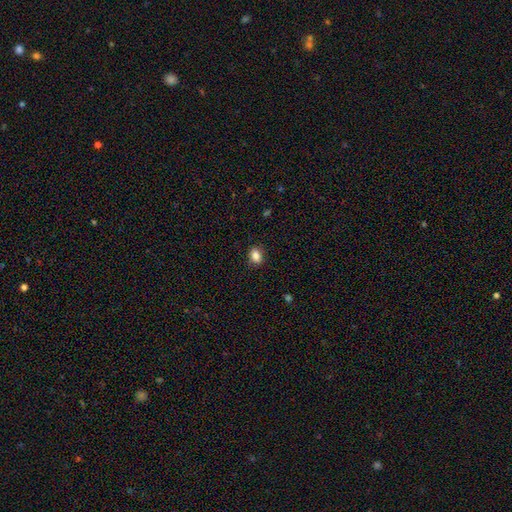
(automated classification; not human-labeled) A smooth galaxy with no disk features (85%) that is in between round and cigar-shaped (73%).

Vote fractions:
- Smooth or featured? smooth: 85% / star or artifact: 9% / featured or disk: 6%
- How rounded? in between: 73% / round: 25% / cigar-shaped: 2%
- Merging? none: 87% / minor disturbance: 10% / major disturbance: 2% / merger: 1%